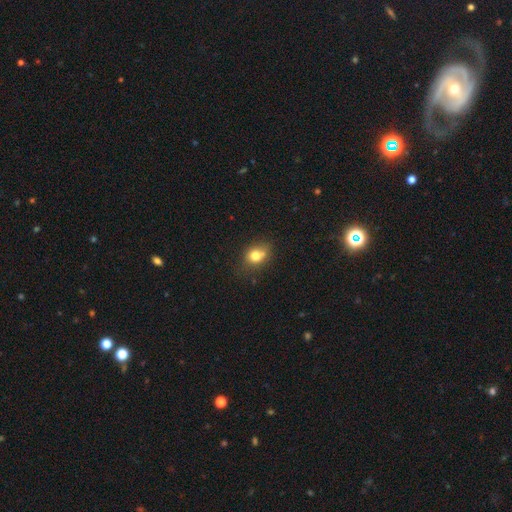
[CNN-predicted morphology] Overall: smooth (76%). How rounded: round (52%; in between 47%). Merging: none (56%; minor disturbance 24%).